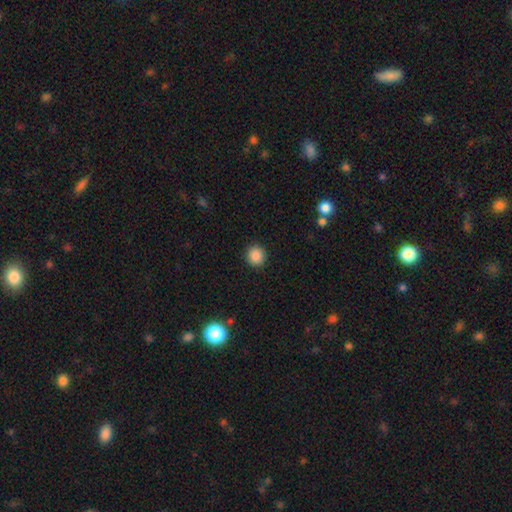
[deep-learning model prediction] Q: Smooth or featured?
A: smooth (87%); runner-up: star or artifact (10%)
Q: How rounded?
A: round (91%); runner-up: in between (8%)
Q: Merging?
A: none (91%); runner-up: minor disturbance (6%)